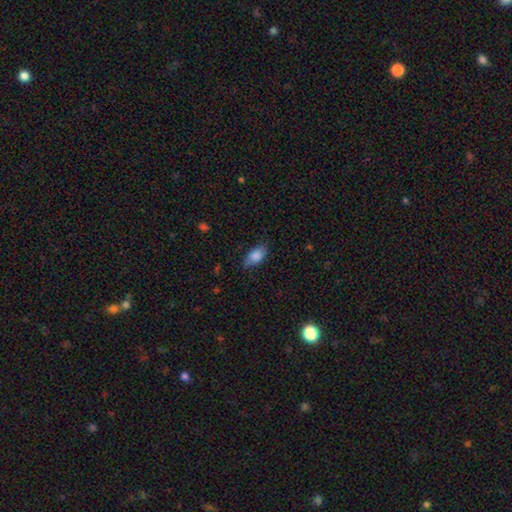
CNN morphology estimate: Smooth or featured?
  - smooth: 82% *
  - featured or disk: 11%
  - star or artifact: 8%
How rounded?
  - in between: 89% *
  - round: 7%
  - cigar-shaped: 5%
Merging?
  - none: 72% *
  - minor disturbance: 22%
  - major disturbance: 4%
  - merger: 1%